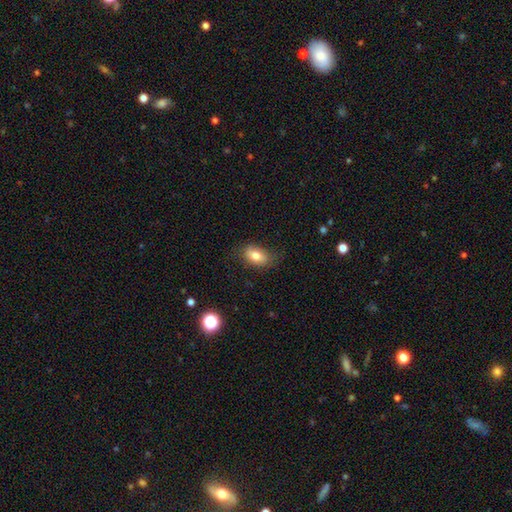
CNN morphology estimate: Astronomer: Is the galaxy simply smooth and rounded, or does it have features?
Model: smooth — 79%.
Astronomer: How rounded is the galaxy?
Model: in between — 88%.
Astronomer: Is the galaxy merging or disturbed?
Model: none — 74%.